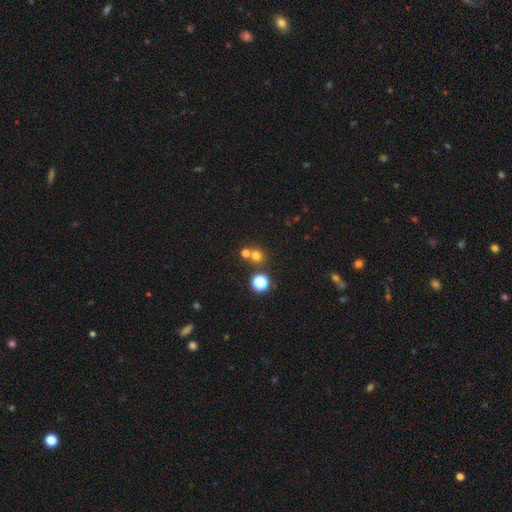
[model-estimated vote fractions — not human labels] The model was most divided on "merging": none: 60%, merger: 31%, minor disturbance: 6%, major disturbance: 3%. More confident: how rounded — round (87%); smooth or featured — smooth (67%).